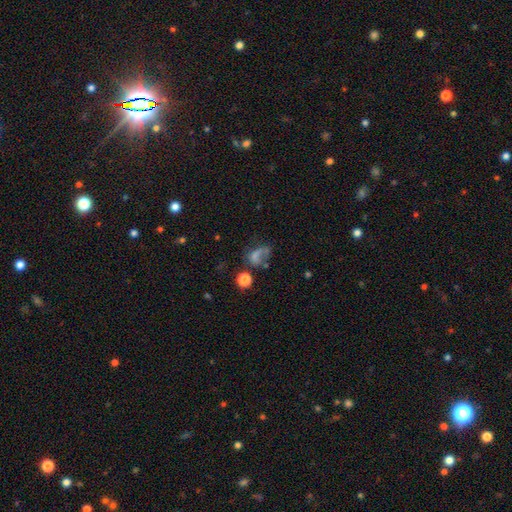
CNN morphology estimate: Smooth or featured? smooth (42%)
Merging? major disturbance (35%, tied with none)